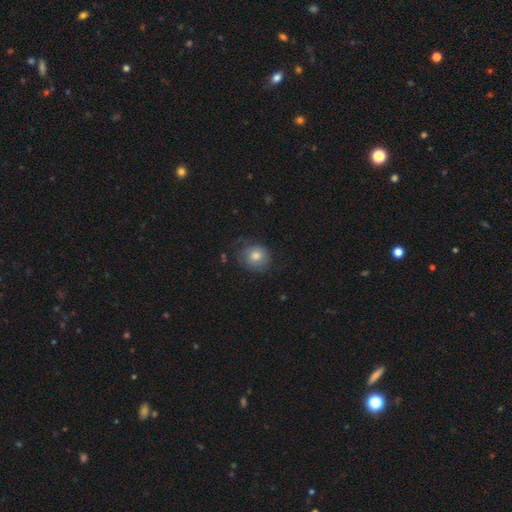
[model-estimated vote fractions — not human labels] Q: Smooth or featured?
A: smooth (75%); runner-up: featured or disk (16%)
Q: How rounded?
A: round (81%); runner-up: in between (18%)
Q: Merging?
A: none (71%); runner-up: minor disturbance (21%)